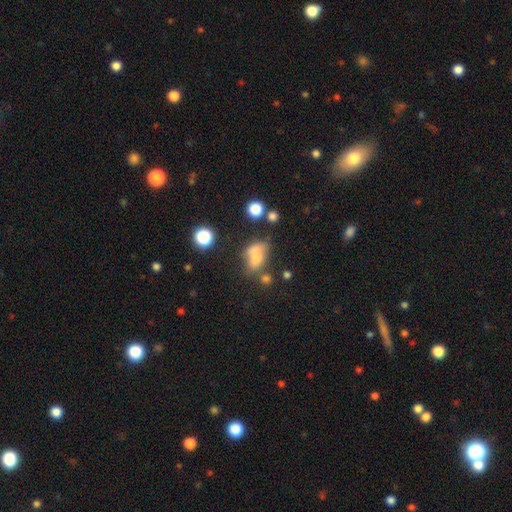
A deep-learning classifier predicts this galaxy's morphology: Smooth or featured? Predicted: smooth (p=0.66). How rounded? Predicted: in between (p=0.79). Merging? Predicted: none (p=0.32).